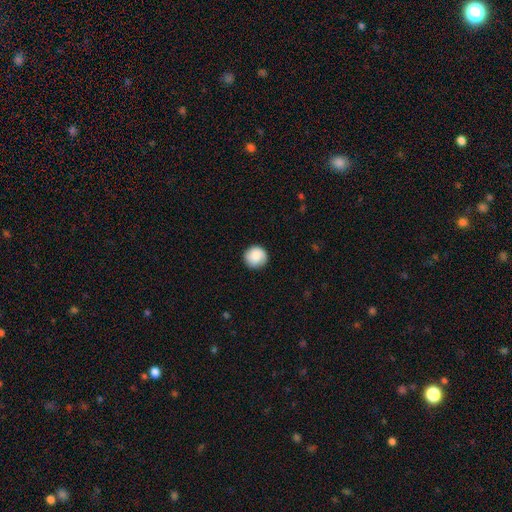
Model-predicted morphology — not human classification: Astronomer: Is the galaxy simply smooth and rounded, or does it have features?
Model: smooth — 84%.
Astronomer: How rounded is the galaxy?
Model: round — 94%.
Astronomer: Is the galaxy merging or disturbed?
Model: none — 87%.